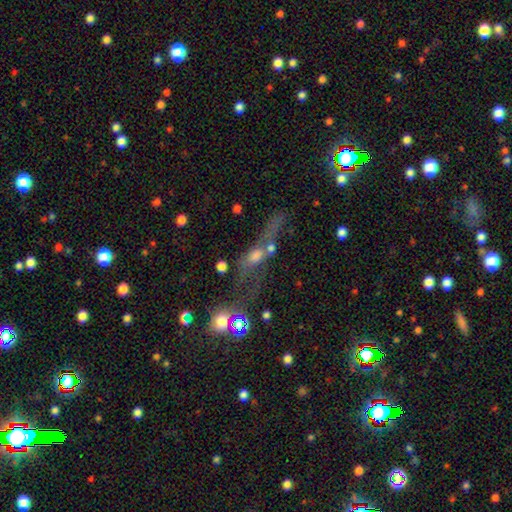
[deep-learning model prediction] A smooth galaxy with no disk features (42%).

Vote fractions:
- Smooth or featured? smooth: 42% / featured or disk: 38% / star or artifact: 20%
- Merging? none: 33% / merger: 29% / major disturbance: 23% / minor disturbance: 15%